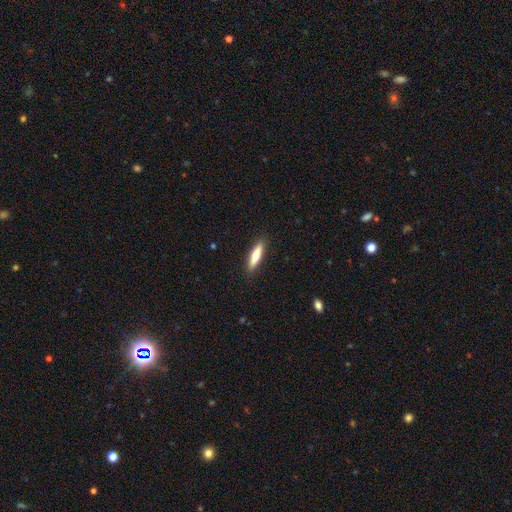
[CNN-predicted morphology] Smooth or featured? Predicted: smooth (p=0.72). How rounded? Predicted: cigar-shaped (p=0.79). Merging? Predicted: none (p=0.90).